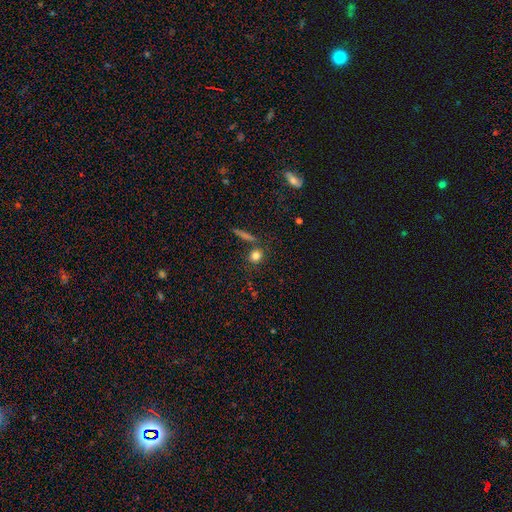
This is clearly a smooth galaxy (89%). How rounded: likely round (67%). Merging: likely none (66%).